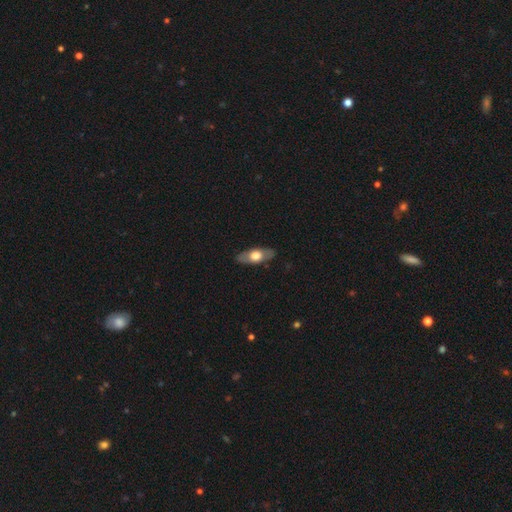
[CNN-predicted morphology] Smooth or featured? Predicted: smooth (p=0.51). How rounded? Predicted: in between (p=0.77). Merging? Predicted: none (p=0.86).